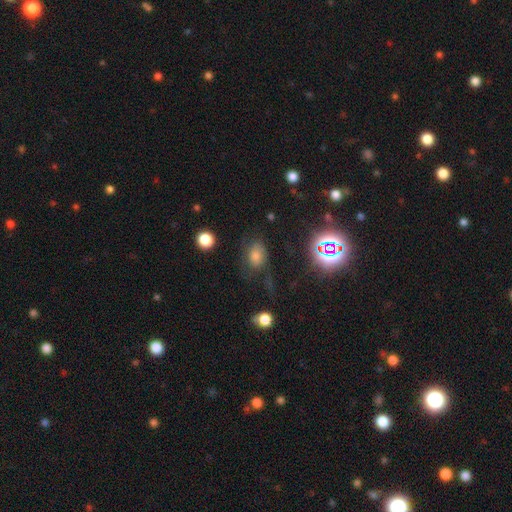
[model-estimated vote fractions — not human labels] Morphology: type=smooth (60%); roundness=in between (76%); merging=none (63%).